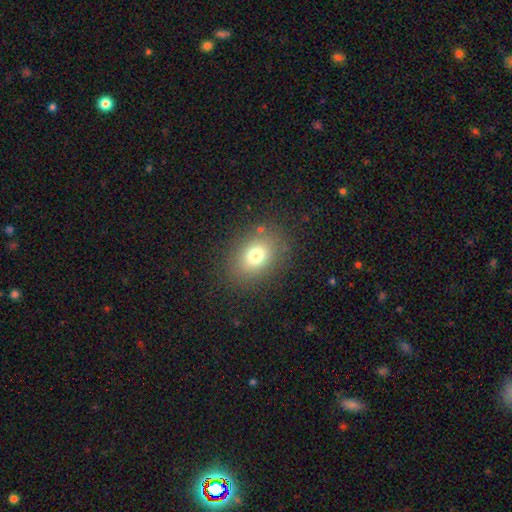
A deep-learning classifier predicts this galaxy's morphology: smooth 74%, star or artifact 13%, featured or disk 13%. Down the decision tree: how rounded — in between (62%); merging — none (83%).